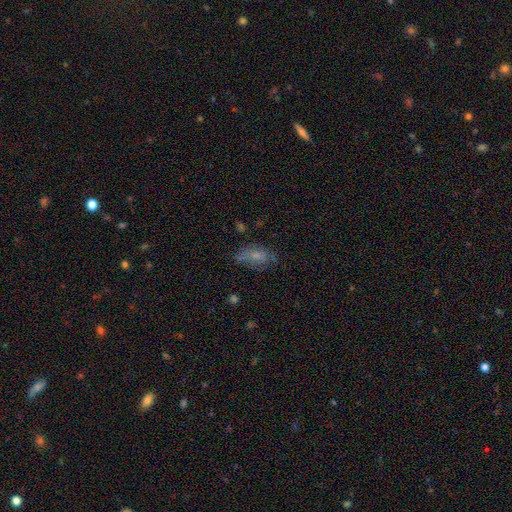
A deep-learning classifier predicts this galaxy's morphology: smooth 60%, featured or disk 27%, star or artifact 13%. Down the decision tree: how rounded — in between (85%); merging — none (57%).